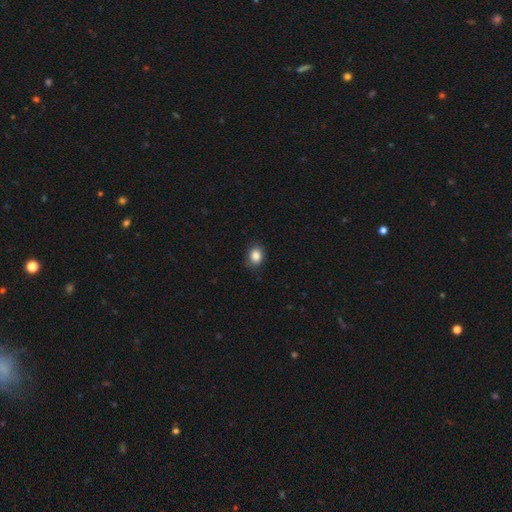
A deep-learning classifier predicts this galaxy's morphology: type=smooth (87%); roundness=in between (56%); merging=none (83%).